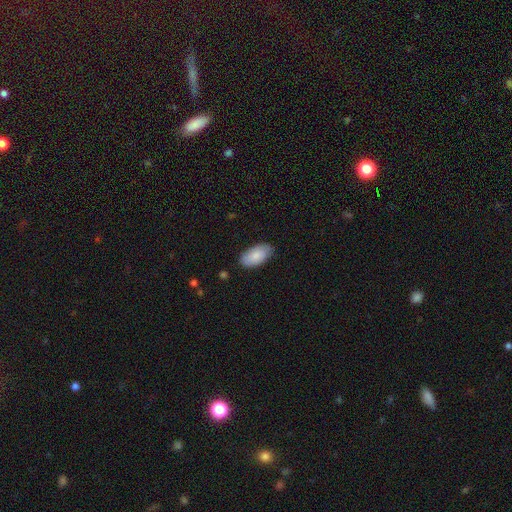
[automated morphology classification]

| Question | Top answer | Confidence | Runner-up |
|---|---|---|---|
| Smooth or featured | smooth | 83% | featured or disk (12%) |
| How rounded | in between | 95% | round (3%) |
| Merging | none | 81% | minor disturbance (15%) |